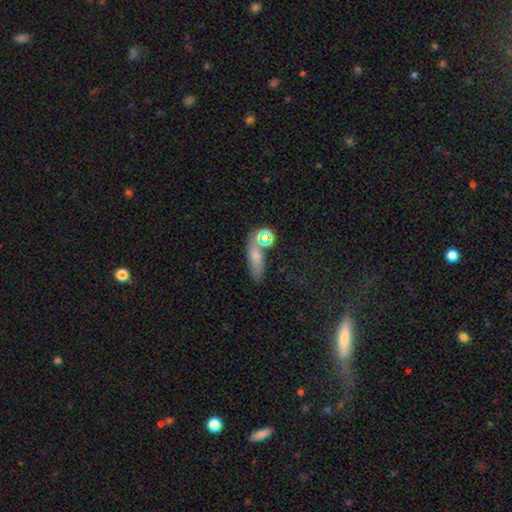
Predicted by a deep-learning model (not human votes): Smooth or featured: smooth — 63% (featured or disk — 19%)
How rounded: in between — 56% (cigar-shaped — 32%)
Merging: none — 57% (merger — 19%)